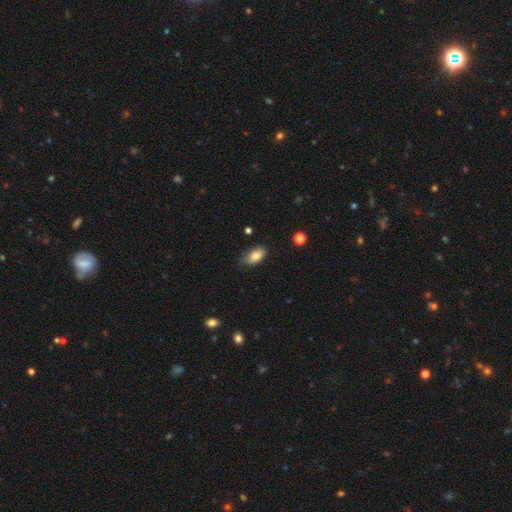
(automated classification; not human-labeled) Overall: smooth (83%). How rounded: in between (92%). Merging: none (66%; minor disturbance 28%).